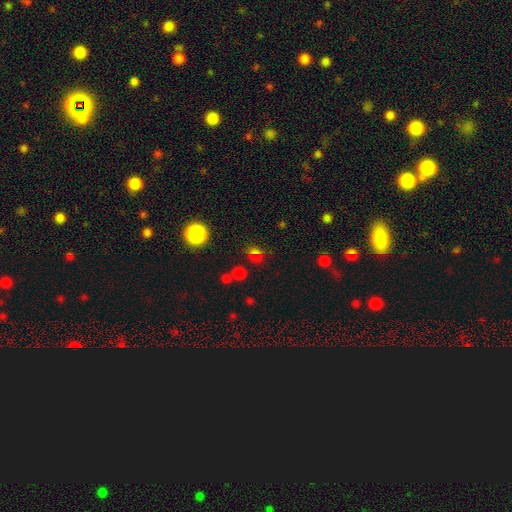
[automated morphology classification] type=smooth (51%); roundness=round (73%); merging=none (71%).